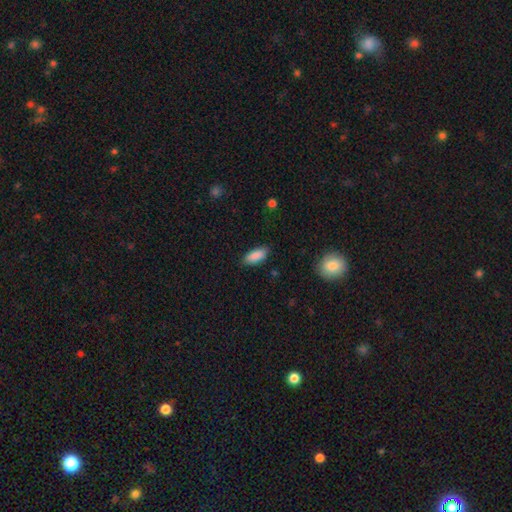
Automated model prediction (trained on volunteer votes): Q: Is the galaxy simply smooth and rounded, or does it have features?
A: smooth — 88%.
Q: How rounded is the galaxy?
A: in between — 84%.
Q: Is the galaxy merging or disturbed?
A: none — 85%.